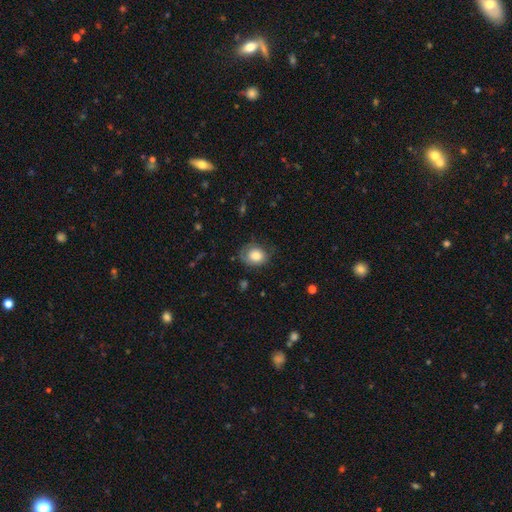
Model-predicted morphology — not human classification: The model was most divided on "how rounded": round: 54%, in between: 45%, cigar-shaped: 1%. More confident: smooth or featured — smooth (76%); merging — none (59%).